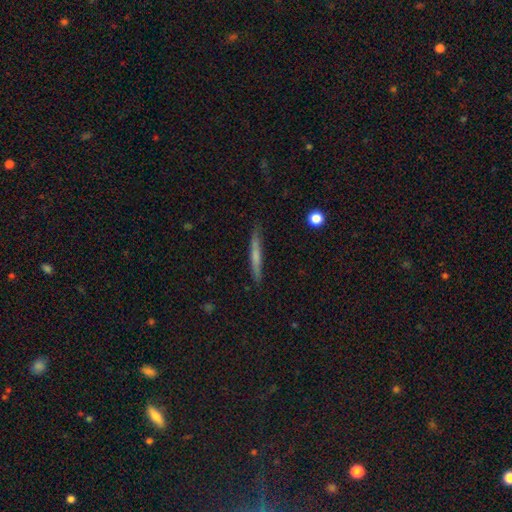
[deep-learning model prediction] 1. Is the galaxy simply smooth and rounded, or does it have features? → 56% smooth, 37% featured or disk, 7% star or artifact.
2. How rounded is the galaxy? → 95% cigar-shaped, 3% in between, 2% round.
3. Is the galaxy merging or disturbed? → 85% none, 11% minor disturbance, 2% major disturbance, 2% merger.